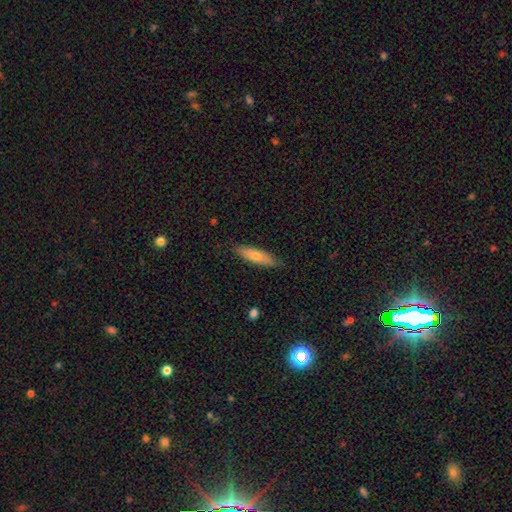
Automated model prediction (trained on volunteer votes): smooth-or-featured: smooth: 65% | featured or disk: 28% | star or artifact: 7%
  how-rounded: cigar-shaped: 71% | in between: 28% | round: 2%
  merging: none: 86% | minor disturbance: 11% | major disturbance: 2% | merger: 1%